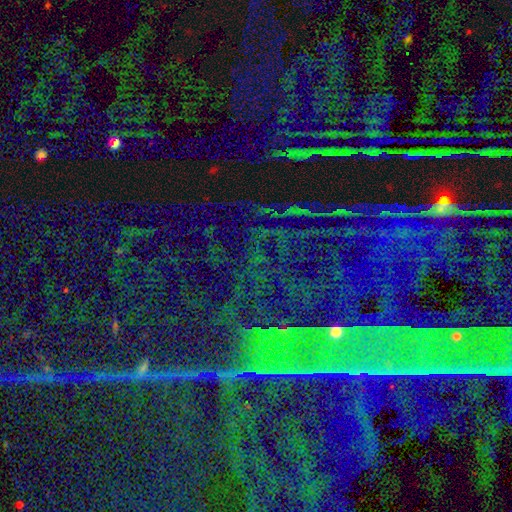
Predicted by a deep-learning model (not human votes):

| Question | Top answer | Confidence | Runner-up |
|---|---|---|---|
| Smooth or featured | star or artifact | 86% | featured or disk (7%) |